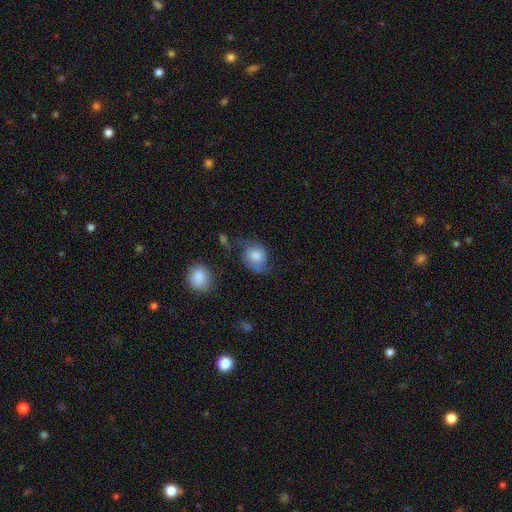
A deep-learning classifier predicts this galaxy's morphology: smooth-or-featured: smooth: 63% | featured or disk: 29% | star or artifact: 8%
  how-rounded: in between: 50% | round: 49% | cigar-shaped: 1%
  merging: none: 51% | minor disturbance: 29% | major disturbance: 15% | merger: 5%